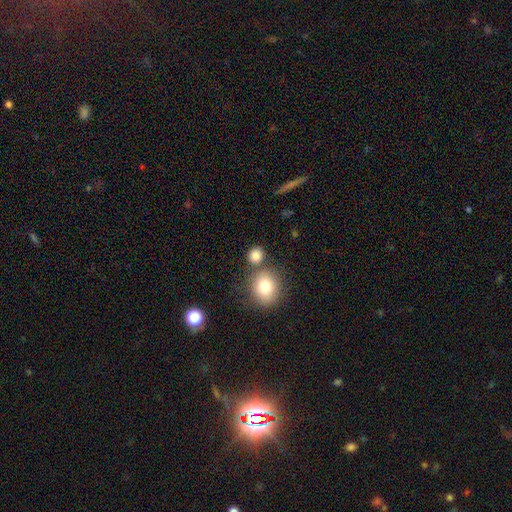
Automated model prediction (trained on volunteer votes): The model was most divided on "merging": none: 68%, merger: 19%, minor disturbance: 9%, major disturbance: 3%. More confident: smooth or featured — smooth (84%); how rounded — round (79%).